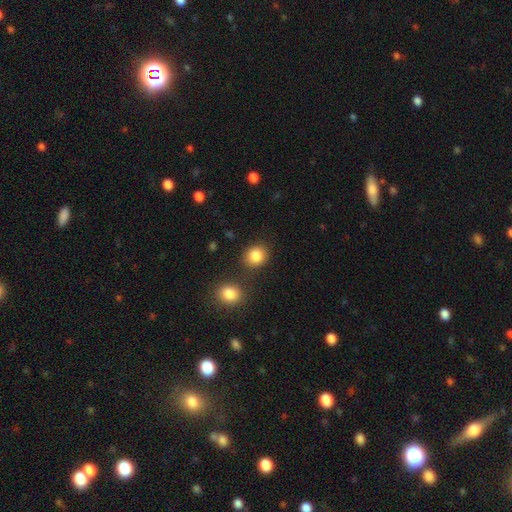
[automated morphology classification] Smooth or featured? smooth (85%)
How rounded? round (75%)
Merging? none (79%)